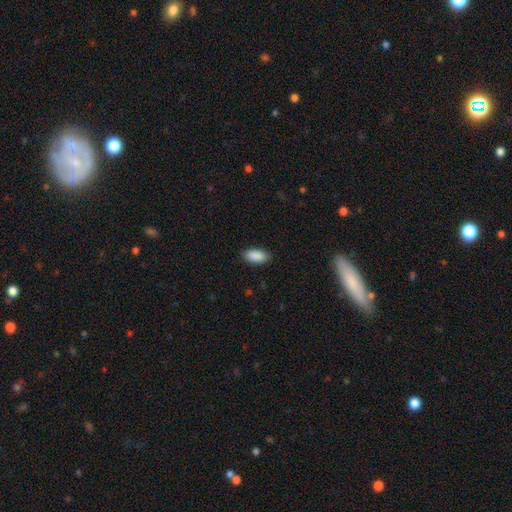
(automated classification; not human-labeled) Smooth or featured?
  - smooth: 91% *
  - star or artifact: 6%
  - featured or disk: 3%
How rounded?
  - in between: 94% *
  - cigar-shaped: 4%
  - round: 2%
Merging?
  - none: 87% *
  - minor disturbance: 10%
  - major disturbance: 2%
  - merger: 1%